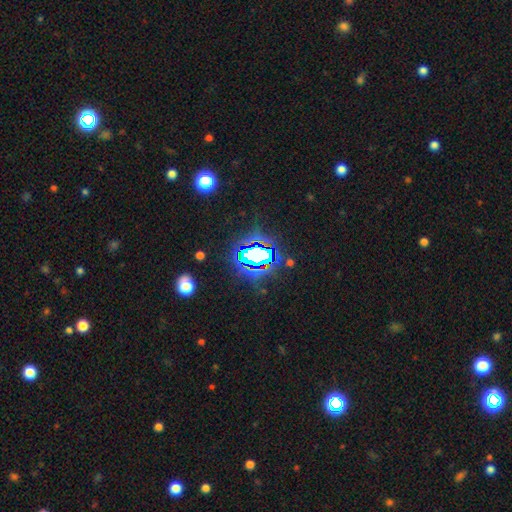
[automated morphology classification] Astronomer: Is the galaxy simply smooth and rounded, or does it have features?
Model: star or artifact — 68%.